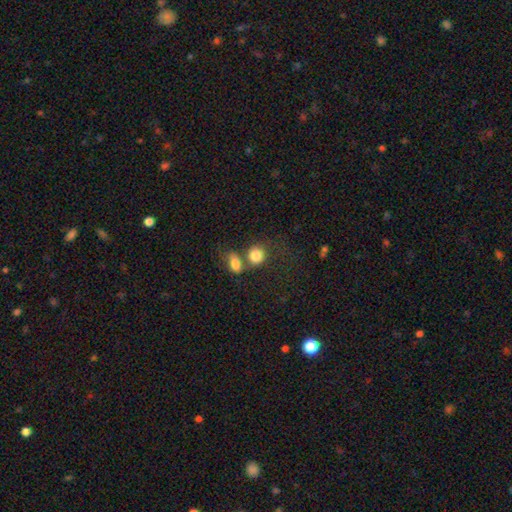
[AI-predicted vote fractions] Q: Smooth or featured?
A: smooth (83%); runner-up: star or artifact (9%)
Q: How rounded?
A: round (71%); runner-up: in between (27%)
Q: Merging?
A: merger (44%); runner-up: none (39%)